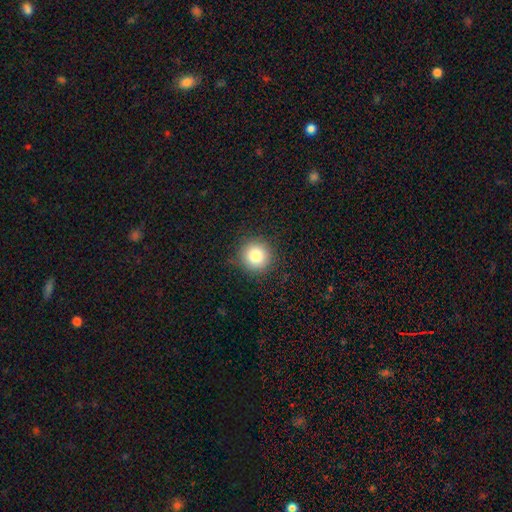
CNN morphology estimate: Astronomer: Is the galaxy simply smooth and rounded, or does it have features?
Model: smooth — 82%.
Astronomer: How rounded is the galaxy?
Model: round — 94%.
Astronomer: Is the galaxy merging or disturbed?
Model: none — 87%.